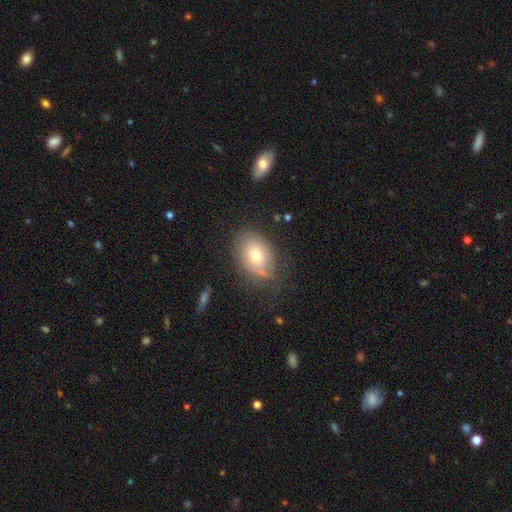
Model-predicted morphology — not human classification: A smooth galaxy with no disk features (67%) that is in between round and cigar-shaped (76%). Merging: none (65%).